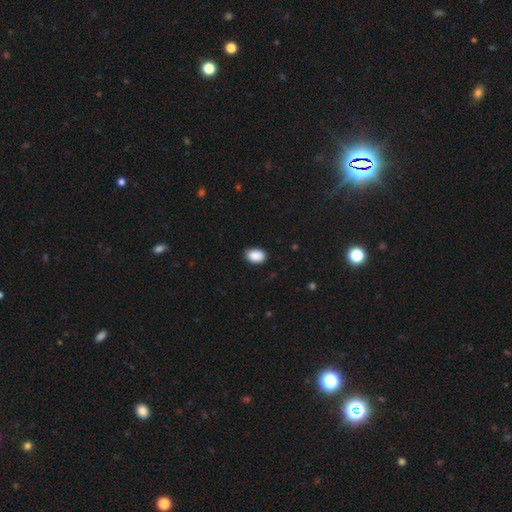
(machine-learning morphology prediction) smooth_or_featured: smooth (p=0.90) [alt: star or artifact p=0.07]
how_rounded: in between (p=0.86) [alt: round p=0.13]
merging: none (p=0.84) [alt: minor disturbance p=0.13]